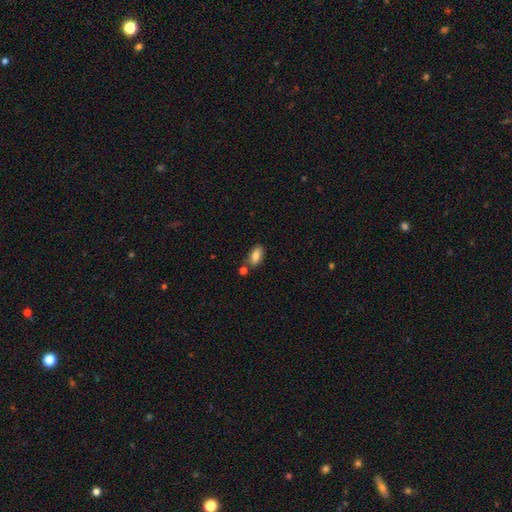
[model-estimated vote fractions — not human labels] smooth_or_featured: smooth (p=0.82) [alt: featured or disk p=0.11]
how_rounded: in between (p=0.89) [alt: cigar-shaped p=0.08]
merging: none (p=0.74) [alt: minor disturbance p=0.13]